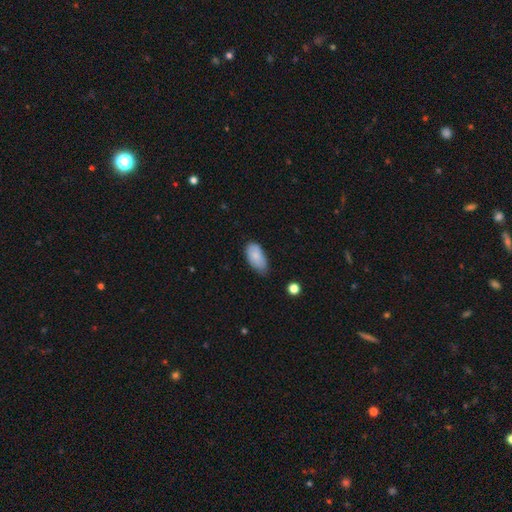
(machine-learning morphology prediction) Smooth or featured: smooth — 82% (featured or disk — 11%)
How rounded: in between — 93% (cigar-shaped — 4%)
Merging: none — 55% (minor disturbance — 37%)